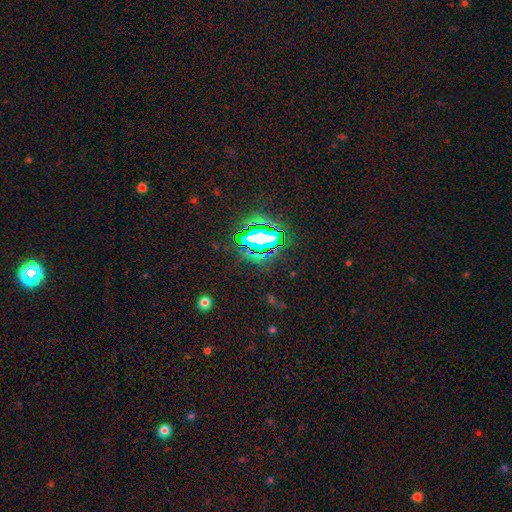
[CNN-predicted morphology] smooth_or_featured: star or artifact (p=0.78) [alt: smooth p=0.15]